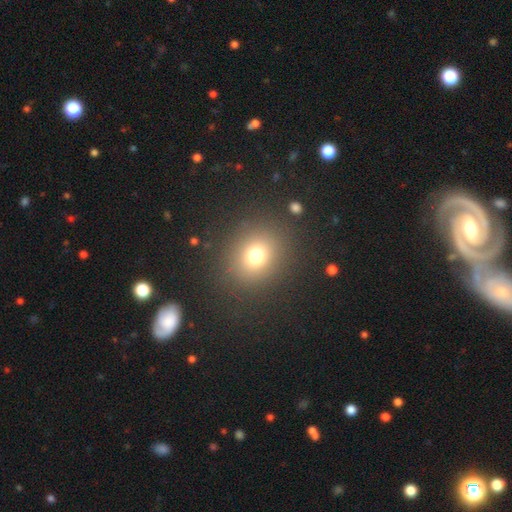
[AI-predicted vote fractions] Overall: smooth (73%). How rounded: round (73%). Merging: none (86%).